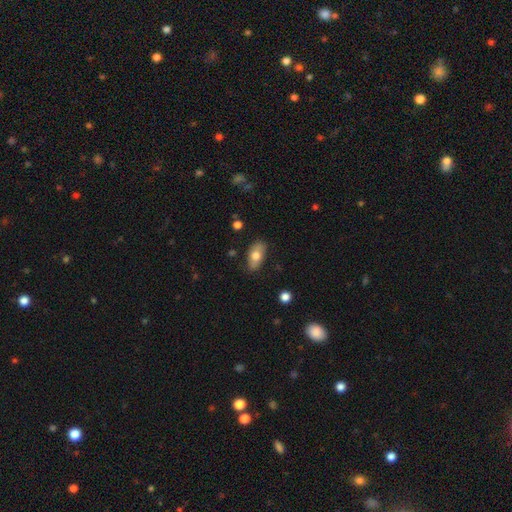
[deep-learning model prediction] This is likely a smooth galaxy (70%). How rounded: clearly in between (90%). Merging: clearly none (82%).